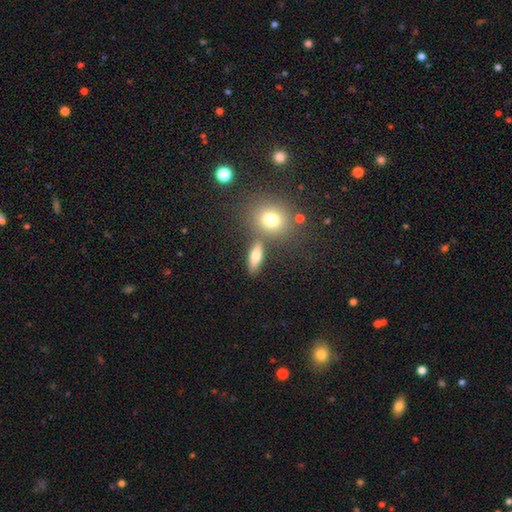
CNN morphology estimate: A smooth galaxy with no disk features (70%) that is in between round and cigar-shaped (57%). Merging: none (72%).